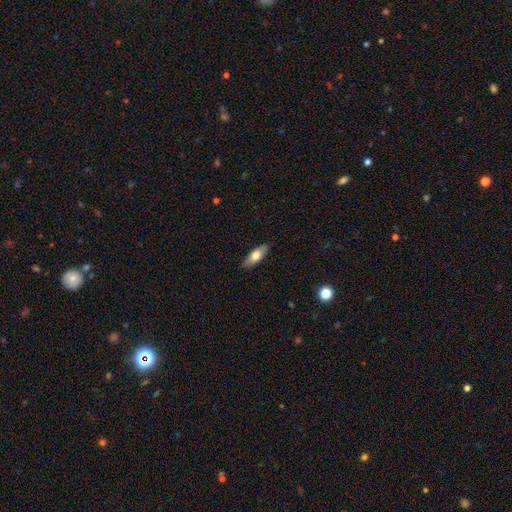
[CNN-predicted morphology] smooth_or_featured: smooth (p=0.65) [alt: featured or disk p=0.29]
how_rounded: in between (p=0.71) [alt: cigar-shaped p=0.27]
merging: none (p=0.87) [alt: minor disturbance p=0.10]